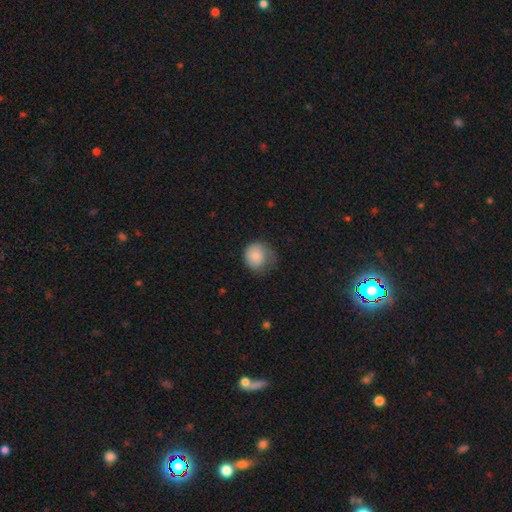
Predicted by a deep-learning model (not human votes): This is clearly a smooth galaxy (84%). How rounded: clearly round (83%). Merging: possibly none (47%).